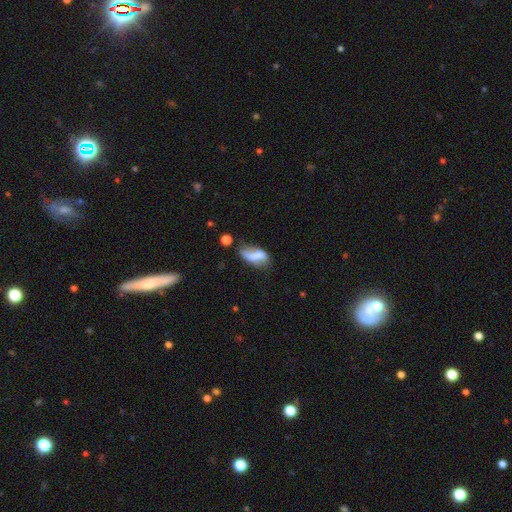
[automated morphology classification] Q: Smooth or featured?
A: smooth (56%); runner-up: featured or disk (35%)
Q: How rounded?
A: in between (82%); runner-up: cigar-shaped (13%)
Q: Merging?
A: none (40%); runner-up: minor disturbance (31%)